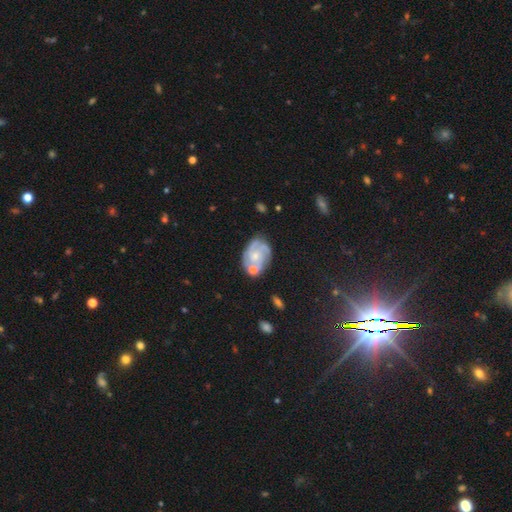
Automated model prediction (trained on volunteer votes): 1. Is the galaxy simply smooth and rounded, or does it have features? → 74% featured or disk, 20% smooth, 7% star or artifact.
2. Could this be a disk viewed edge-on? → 97% no, 3% yes.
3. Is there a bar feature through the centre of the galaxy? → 76% no, 21% weak, 3% strong.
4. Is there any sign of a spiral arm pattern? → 87% yes, 13% no.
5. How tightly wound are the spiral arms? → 53% tight, 36% medium, 11% loose.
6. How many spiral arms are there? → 31% can't tell, 30% 3, 23% 2, 8% 4, 5% 1, 4% more than 4.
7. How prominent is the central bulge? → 58% small, 34% moderate, 5% none, 2% large, 1% dominant.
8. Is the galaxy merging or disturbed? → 57% none, 22% minor disturbance, 13% merger, 8% major disturbance.